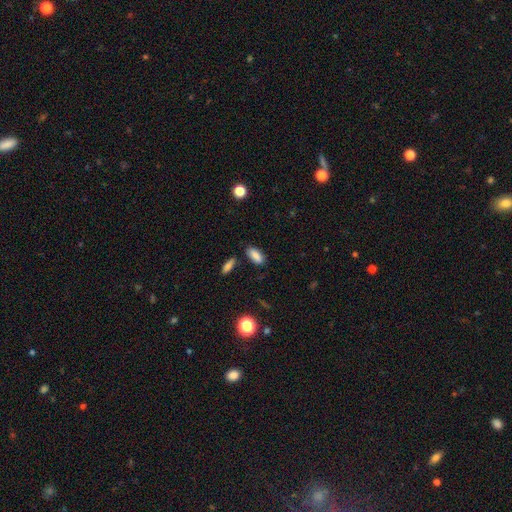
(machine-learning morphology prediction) Overall: smooth (84%). How rounded: in between (80%). Merging: none (79%).